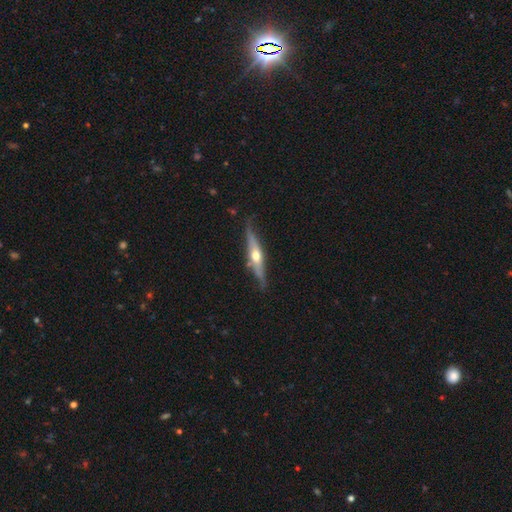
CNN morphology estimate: This appears to be a featured or disk galaxy (69%) viewed edge-on (91%) with a rounded central bulge (91%). Merging: none (75%).